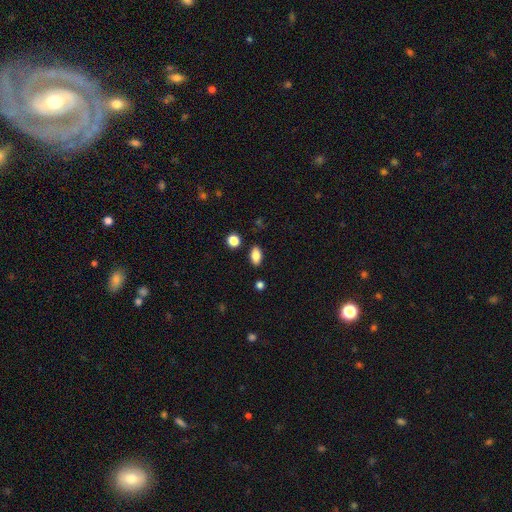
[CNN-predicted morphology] A smooth galaxy with no disk features (85%) that is in between round and cigar-shaped (89%).

Vote fractions:
- Smooth or featured? smooth: 85% / star or artifact: 9% / featured or disk: 6%
- How rounded? in between: 89% / round: 7% / cigar-shaped: 4%
- Merging? none: 86% / minor disturbance: 9% / merger: 2% / major disturbance: 2%